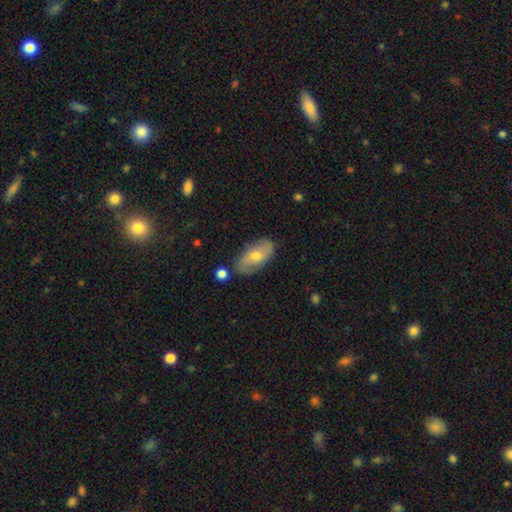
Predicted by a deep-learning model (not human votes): Smooth or featured?
  - smooth: 56% *
  - featured or disk: 37%
  - star or artifact: 7%
How rounded?
  - in between: 91% *
  - cigar-shaped: 5%
  - round: 4%
Merging?
  - none: 75% *
  - minor disturbance: 17%
  - merger: 4%
  - major disturbance: 4%